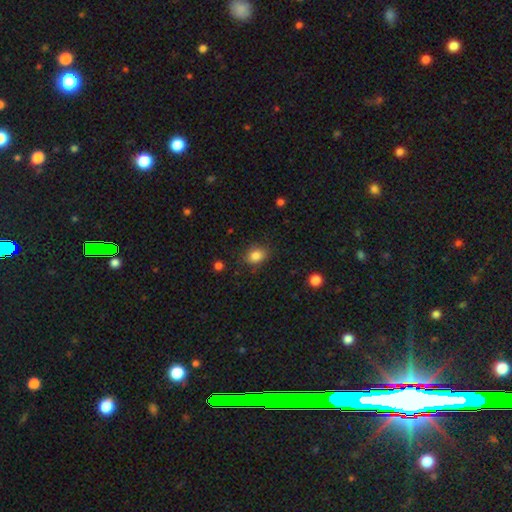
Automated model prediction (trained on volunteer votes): Smooth or featured: smooth — 85% (star or artifact — 10%)
How rounded: in between — 62% (round — 37%)
Merging: none — 81% (minor disturbance — 14%)